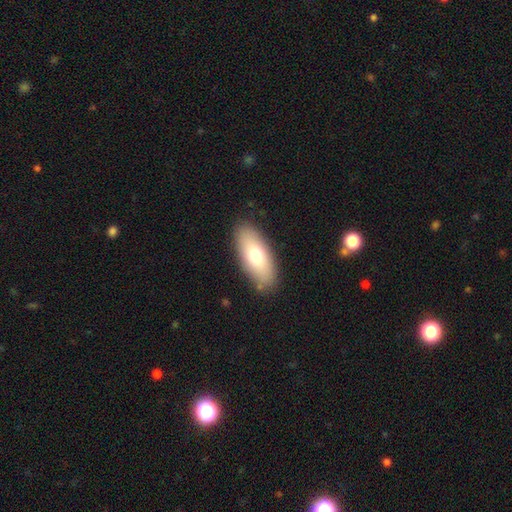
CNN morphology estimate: Smooth or featured?
  - smooth: 70% *
  - featured or disk: 23%
  - star or artifact: 7%
How rounded?
  - in between: 84% *
  - cigar-shaped: 13%
  - round: 3%
Merging?
  - none: 85% *
  - minor disturbance: 10%
  - major disturbance: 3%
  - merger: 2%